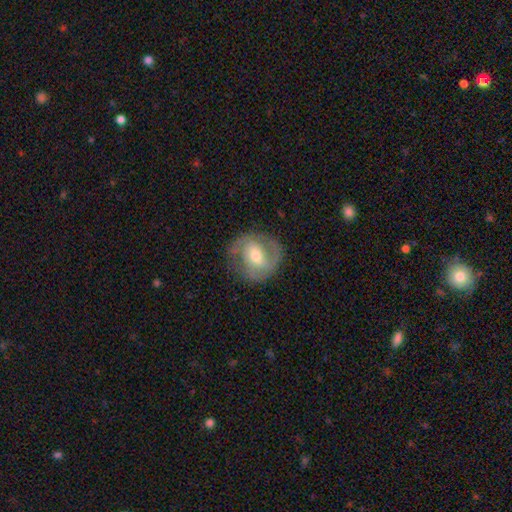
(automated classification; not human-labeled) This appears to be a featured or disk galaxy (71%) with a weak bar (49%), 2 (77%) medium (47%) spiral arms (86%) and a moderate central bulge (63%). Merging: none (74%).